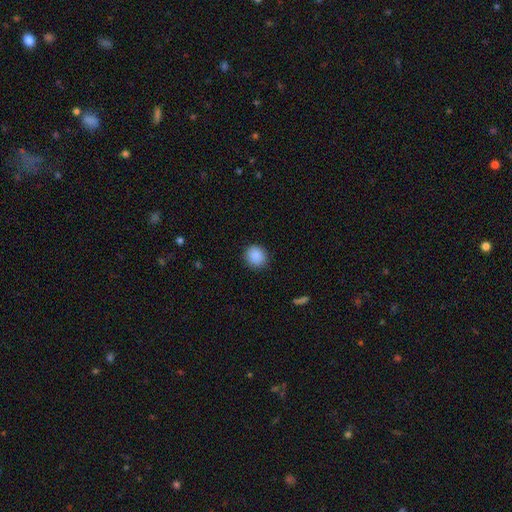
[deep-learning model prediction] Q: Smooth or featured?
A: smooth (89%); runner-up: star or artifact (8%)
Q: How rounded?
A: round (84%); runner-up: in between (15%)
Q: Merging?
A: none (90%); runner-up: minor disturbance (7%)